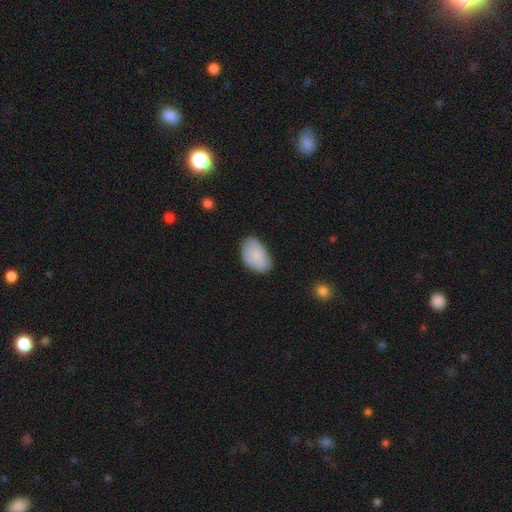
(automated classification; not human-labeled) smooth-or-featured: smooth: 84% | featured or disk: 10% | star or artifact: 6%
  how-rounded: in between: 93% | round: 6% | cigar-shaped: 1%
  merging: none: 76% | minor disturbance: 19% | major disturbance: 4% | merger: 1%